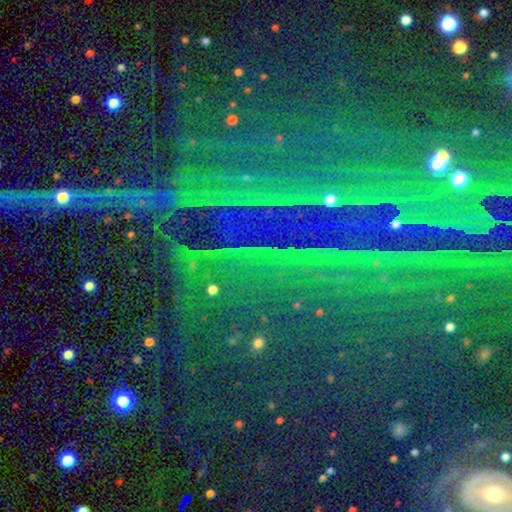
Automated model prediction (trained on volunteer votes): Smooth or featured? star or artifact (87%)